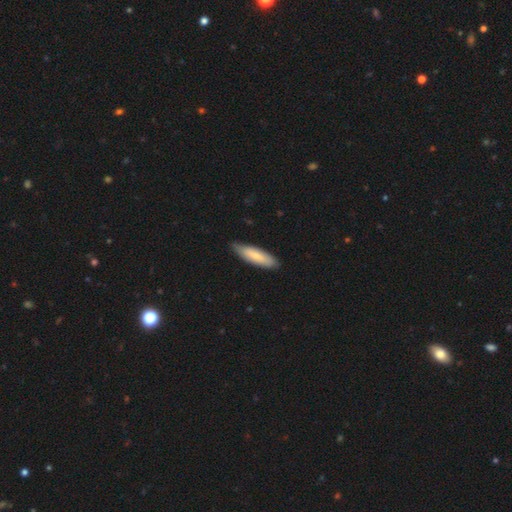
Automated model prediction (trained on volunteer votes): Smooth or featured?
  - smooth: 72% *
  - featured or disk: 23%
  - star or artifact: 5%
How rounded?
  - cigar-shaped: 58% *
  - in between: 41%
  - round: 1%
Merging?
  - none: 79% *
  - minor disturbance: 18%
  - major disturbance: 2%
  - merger: 1%